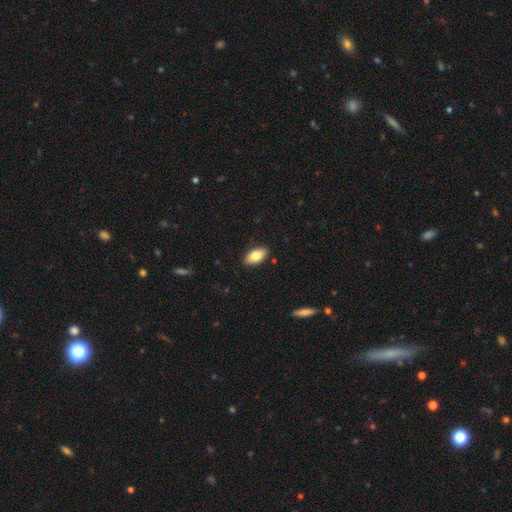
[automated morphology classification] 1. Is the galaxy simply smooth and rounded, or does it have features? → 81% smooth, 13% featured or disk, 7% star or artifact.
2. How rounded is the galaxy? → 93% in between, 4% cigar-shaped, 4% round.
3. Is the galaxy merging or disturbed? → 88% none, 9% minor disturbance, 2% major disturbance, 1% merger.